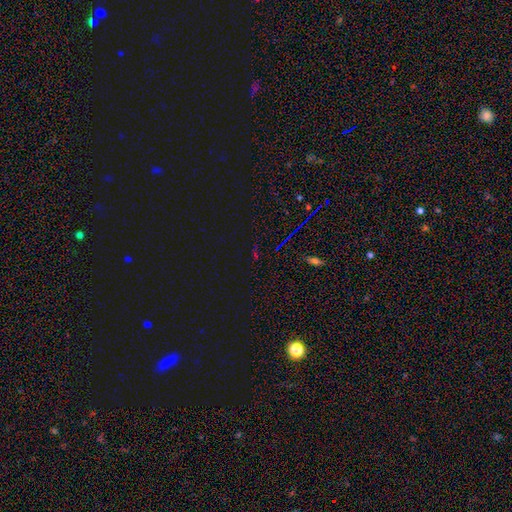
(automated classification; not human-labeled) This is likely a star or artifact rather than a galaxy (74%).